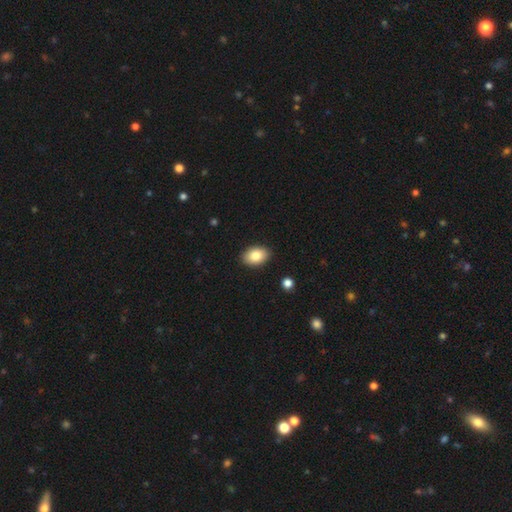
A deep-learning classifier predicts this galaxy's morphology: The model was most divided on "how rounded": in between: 86%, round: 13%, cigar-shaped: 1%. More confident: merging — none (89%); smooth or featured — smooth (85%).